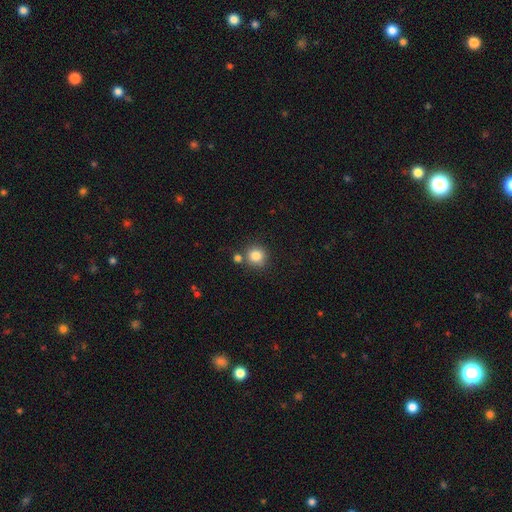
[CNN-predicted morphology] Smooth or featured?
  - smooth: 83% *
  - star or artifact: 11%
  - featured or disk: 6%
How rounded?
  - round: 91% *
  - in between: 8%
  - cigar-shaped: 1%
Merging?
  - none: 74% *
  - merger: 13%
  - minor disturbance: 9%
  - major disturbance: 3%